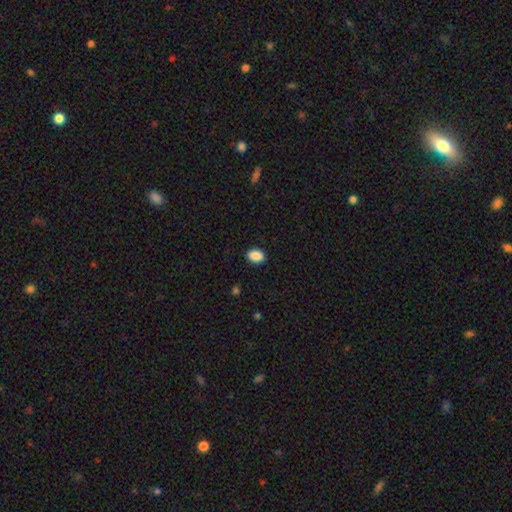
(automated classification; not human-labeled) Morphology: type=smooth (89%); roundness=in between (82%); merging=none (89%).